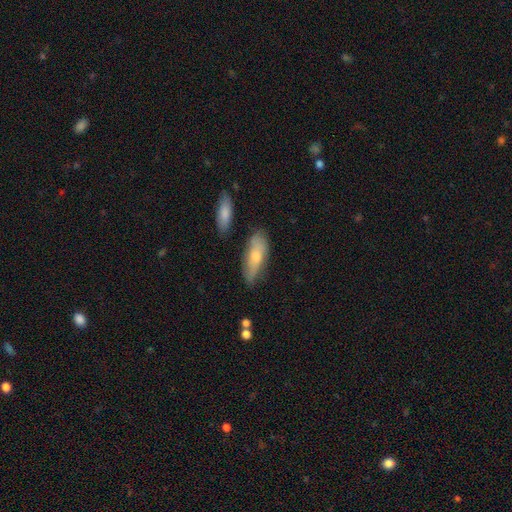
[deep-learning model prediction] smooth-or-featured: smooth: 68% | featured or disk: 26% | star or artifact: 6%
  how-rounded: in between: 67% | cigar-shaped: 31% | round: 2%
  merging: none: 71% | minor disturbance: 20% | merger: 5% | major disturbance: 4%